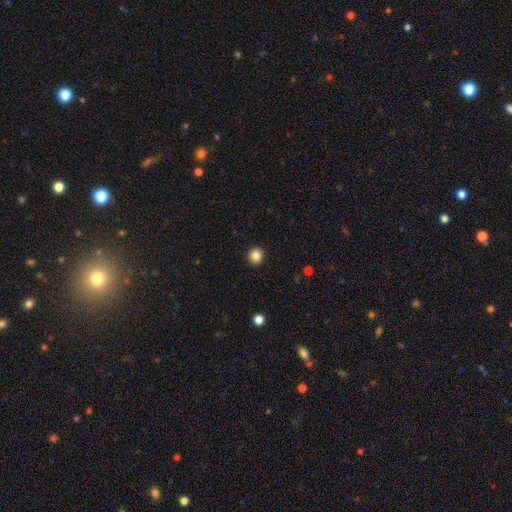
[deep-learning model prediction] Overall: smooth (84%). How rounded: round (90%). Merging: none (93%).